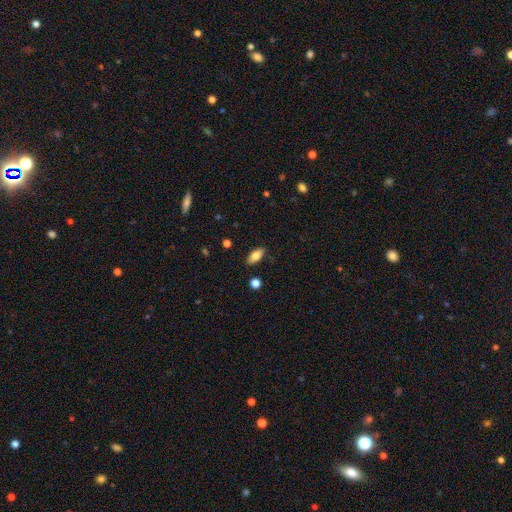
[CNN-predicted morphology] smooth-or-featured: smooth: 78% | featured or disk: 15% | star or artifact: 7%
  how-rounded: in between: 85% | cigar-shaped: 12% | round: 3%
  merging: none: 86% | minor disturbance: 10% | major disturbance: 2% | merger: 2%